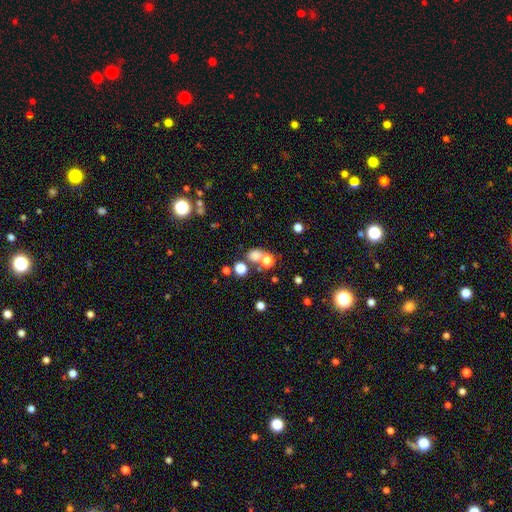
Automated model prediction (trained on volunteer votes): Smooth or featured? Predicted: smooth (p=0.70). How rounded? Predicted: round (p=0.72). Merging? Predicted: none (p=0.51).